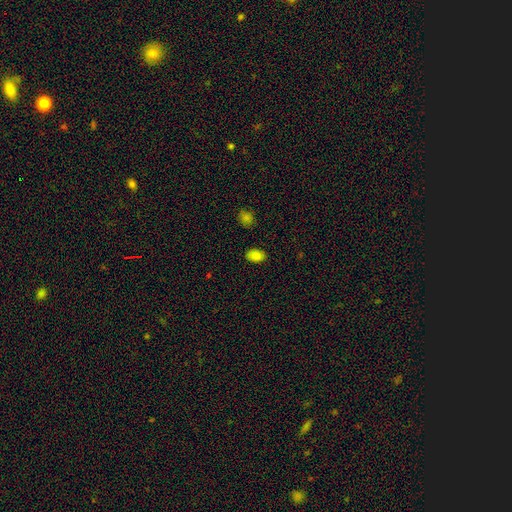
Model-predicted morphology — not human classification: Q: Smooth or featured?
A: smooth (85%); runner-up: star or artifact (11%)
Q: How rounded?
A: in between (88%); runner-up: round (11%)
Q: Merging?
A: none (87%); runner-up: minor disturbance (9%)